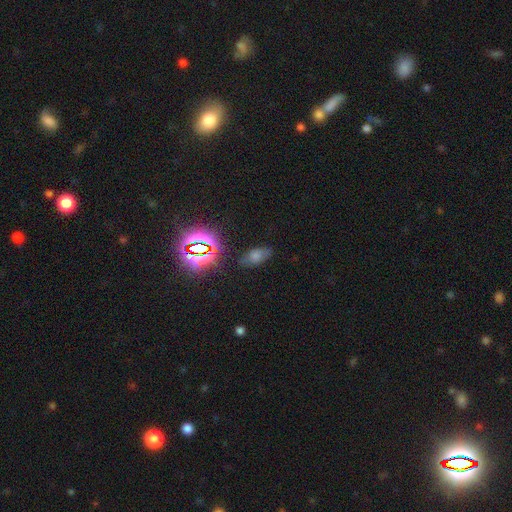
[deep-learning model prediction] smooth_or_featured: smooth (p=0.45) [alt: star or artifact p=0.39]
merging: none (p=0.76) [alt: minor disturbance p=0.16]